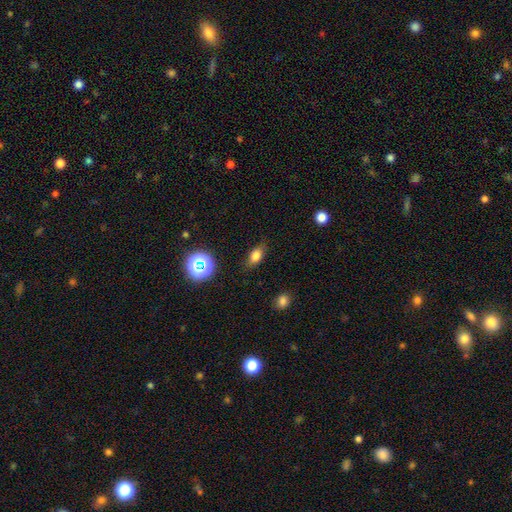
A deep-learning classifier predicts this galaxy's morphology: This appears to be a smooth galaxy with no disk features (77%) that is in between round and cigar-shaped (79%). Merging: none (79%).